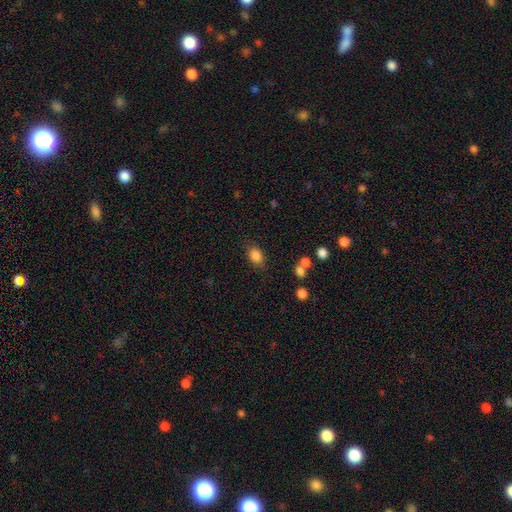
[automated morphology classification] Smooth or featured?
  - smooth: 85% *
  - star or artifact: 10%
  - featured or disk: 6%
How rounded?
  - in between: 73% *
  - round: 26%
  - cigar-shaped: 2%
Merging?
  - none: 78% *
  - minor disturbance: 14%
  - major disturbance: 5%
  - merger: 4%